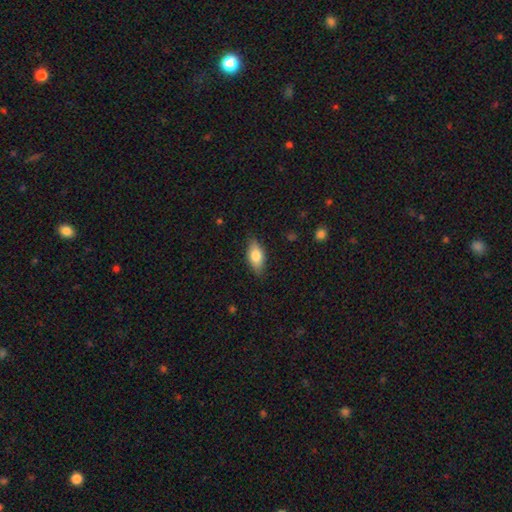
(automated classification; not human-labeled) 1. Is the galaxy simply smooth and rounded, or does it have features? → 74% smooth, 19% featured or disk, 7% star or artifact.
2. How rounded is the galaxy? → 86% in between, 10% cigar-shaped, 4% round.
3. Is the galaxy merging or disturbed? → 83% none, 14% minor disturbance, 2% major disturbance, 1% merger.